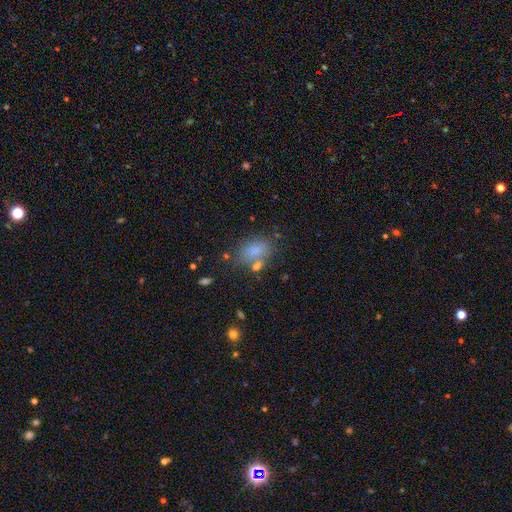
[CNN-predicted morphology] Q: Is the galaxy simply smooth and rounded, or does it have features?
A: smooth — 73%.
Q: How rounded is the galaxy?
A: in between — 81%.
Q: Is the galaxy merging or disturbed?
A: none — 63%.